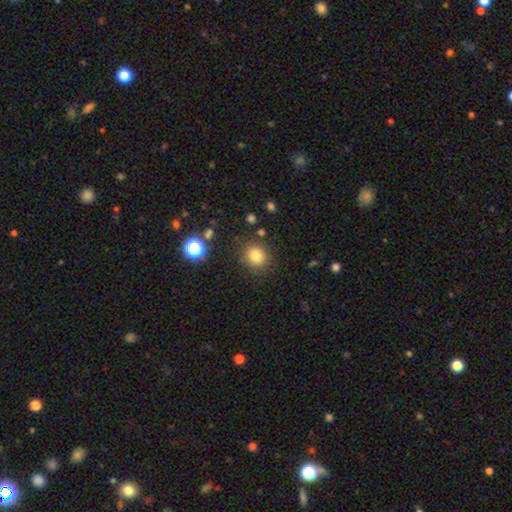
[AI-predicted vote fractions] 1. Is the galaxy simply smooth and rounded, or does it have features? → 81% smooth, 13% star or artifact, 6% featured or disk.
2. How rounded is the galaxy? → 85% round, 14% in between, 1% cigar-shaped.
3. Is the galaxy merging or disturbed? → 85% none, 9% minor disturbance, 4% major disturbance, 3% merger.